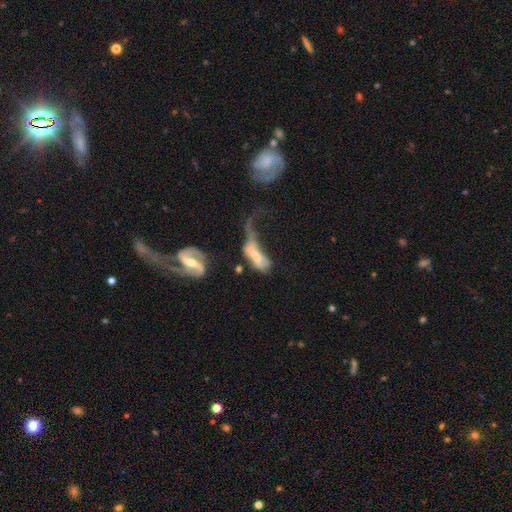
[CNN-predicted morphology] Overall: featured or disk (46%; smooth 45%). Merging: major disturbance (46%; merger 31%).